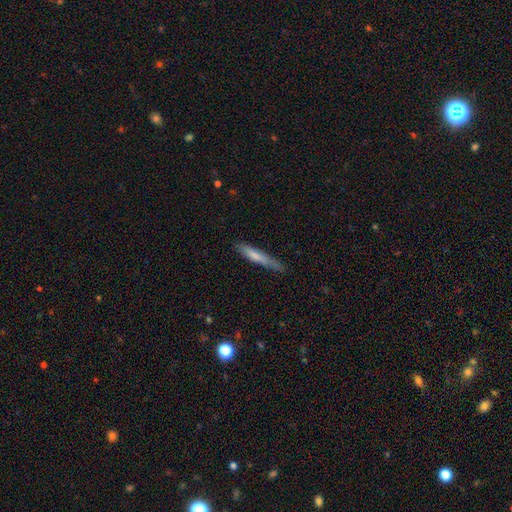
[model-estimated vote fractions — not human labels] Smooth or featured?
  - smooth: 71% *
  - featured or disk: 23%
  - star or artifact: 6%
How rounded?
  - cigar-shaped: 93% *
  - in between: 6%
  - round: 1%
Merging?
  - none: 74% *
  - minor disturbance: 20%
  - major disturbance: 4%
  - merger: 2%